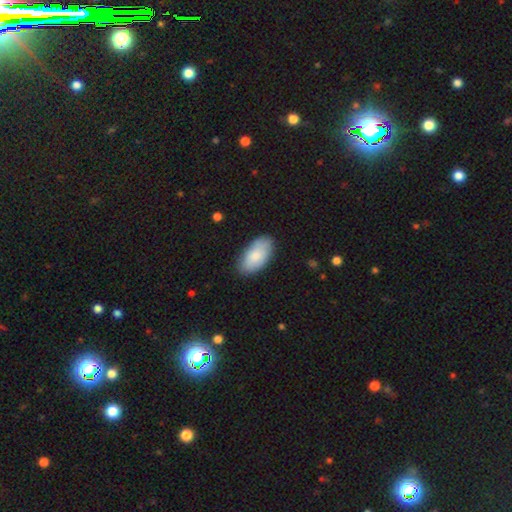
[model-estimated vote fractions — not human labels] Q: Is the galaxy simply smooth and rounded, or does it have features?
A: smooth — 83%.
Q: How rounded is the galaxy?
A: in between — 95%.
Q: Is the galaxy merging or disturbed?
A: none — 83%.